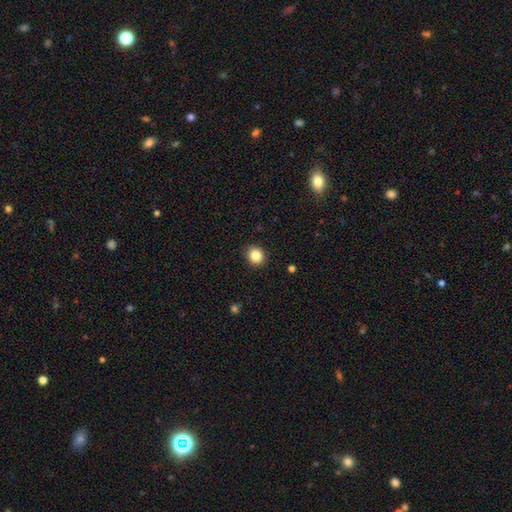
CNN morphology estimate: Smooth or featured? Predicted: smooth (p=0.85). How rounded? Predicted: round (p=0.81). Merging? Predicted: none (p=0.91).